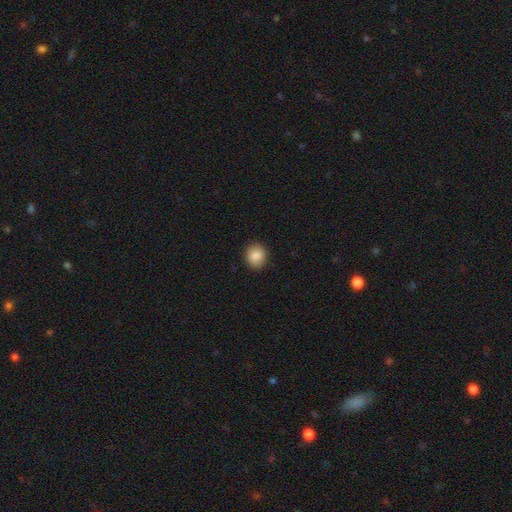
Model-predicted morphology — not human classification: smooth 86%, star or artifact 8%, featured or disk 5%. Down the decision tree: how rounded — round (75%); merging — none (90%).